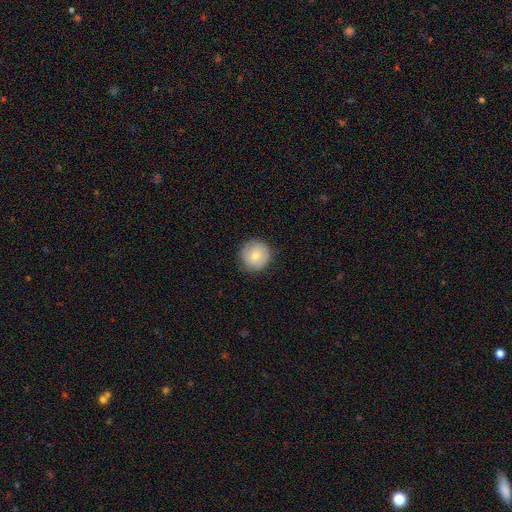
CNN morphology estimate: Smooth or featured?
  - smooth: 75% *
  - featured or disk: 17%
  - star or artifact: 8%
How rounded?
  - round: 95% *
  - in between: 4%
  - cigar-shaped: 1%
Merging?
  - none: 85% *
  - minor disturbance: 11%
  - major disturbance: 3%
  - merger: 1%